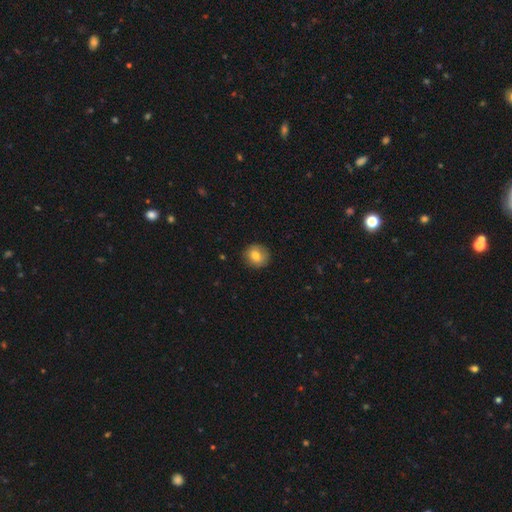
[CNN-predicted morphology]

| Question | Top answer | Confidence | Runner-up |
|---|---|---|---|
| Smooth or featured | smooth | 76% | featured or disk (15%) |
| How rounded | round | 86% | in between (13%) |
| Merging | none | 85% | minor disturbance (11%) |